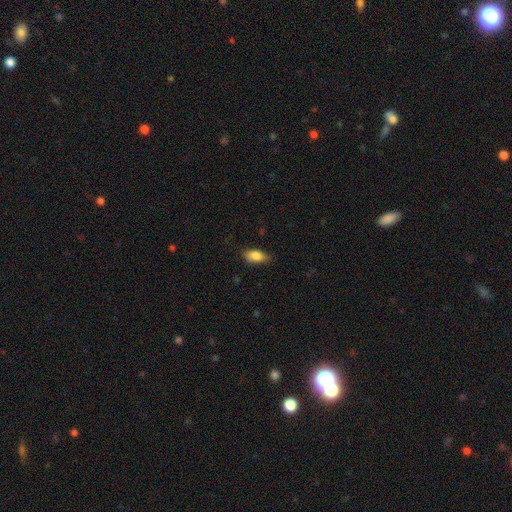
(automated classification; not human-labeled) Smooth or featured: smooth — 83% (featured or disk — 10%)
How rounded: in between — 87% (cigar-shaped — 9%)
Merging: none — 79% (minor disturbance — 17%)